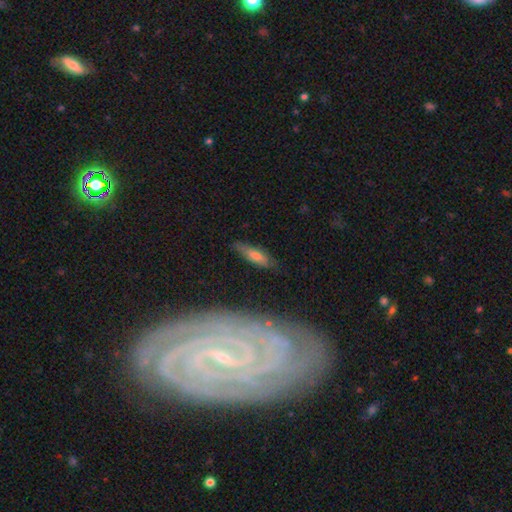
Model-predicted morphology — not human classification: This appears to be a smooth galaxy with no disk features (61%) that is cigar-shaped (60%). Merging: none (77%).